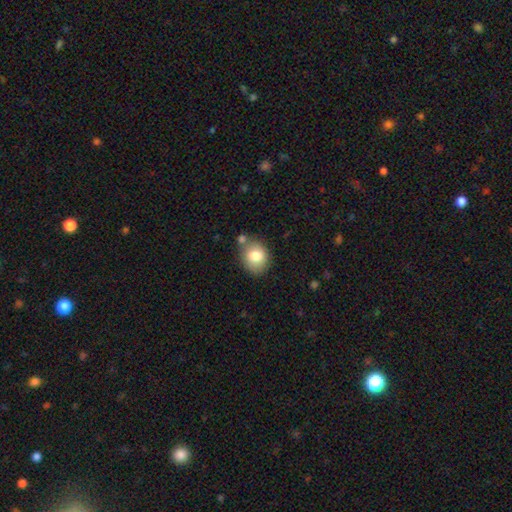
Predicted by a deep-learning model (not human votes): smooth-or-featured: smooth: 78% | featured or disk: 13% | star or artifact: 8%
  how-rounded: round: 56% | in between: 43% | cigar-shaped: 1%
  merging: none: 67% | minor disturbance: 16% | merger: 13% | major disturbance: 4%